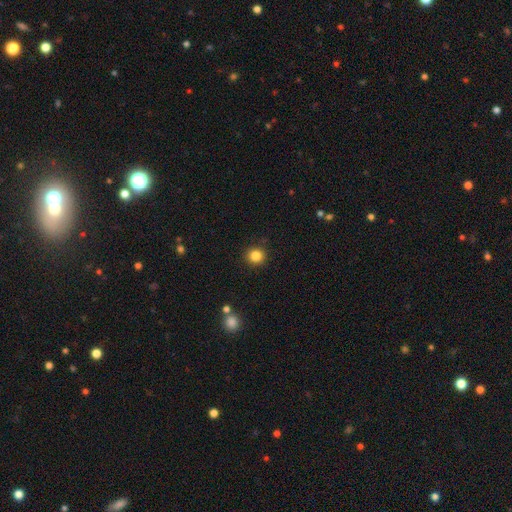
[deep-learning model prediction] Smooth or featured? smooth (84%)
How rounded? round (92%)
Merging? none (91%)